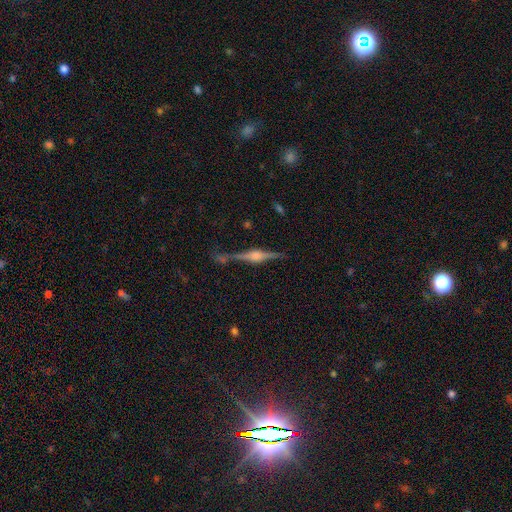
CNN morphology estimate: Smooth or featured?
  - featured or disk: 85% *
  - smooth: 9%
  - star or artifact: 7%
Edge-on disk?
  - yes: 98% *
  - no: 2%
Edge-on bulge?
  - rounded: 85% *
  - boxy: 12%
  - none: 2%
Merging?
  - none: 83% *
  - minor disturbance: 11%
  - major disturbance: 3%
  - merger: 3%